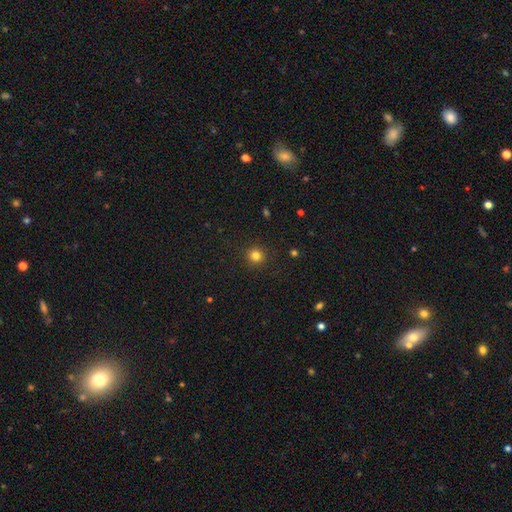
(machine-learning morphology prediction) This is clearly a smooth galaxy (81%). How rounded: clearly round (94%). Merging: clearly none (91%).